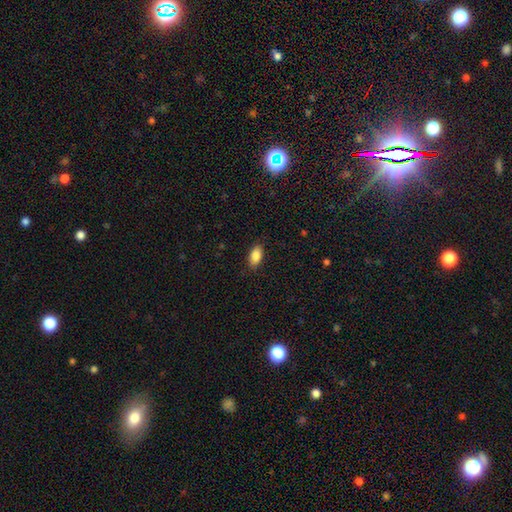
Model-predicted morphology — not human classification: A smooth galaxy with no disk features (87%) that is in between round and cigar-shaped (92%). Merging: none (87%).